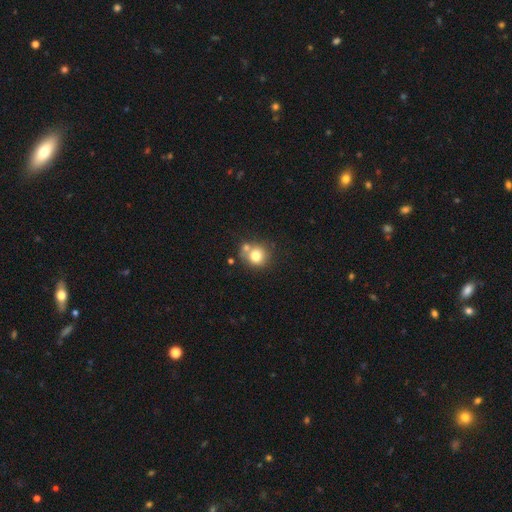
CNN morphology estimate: Smooth or featured: smooth — 76% (featured or disk — 13%)
How rounded: round — 86% (in between — 13%)
Merging: none — 55% (merger — 28%)